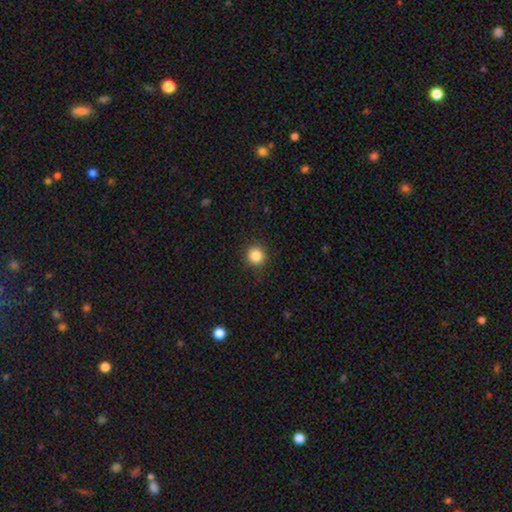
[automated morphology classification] Q: Smooth or featured?
A: smooth (86%); runner-up: star or artifact (11%)
Q: How rounded?
A: round (93%); runner-up: in between (6%)
Q: Merging?
A: none (90%); runner-up: minor disturbance (6%)